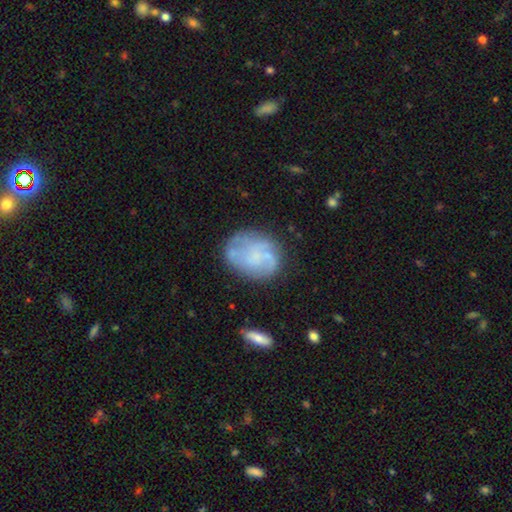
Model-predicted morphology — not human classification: Smooth or featured? featured or disk (57%)
Edge-on disk? no (98%)
Bar? no (75%)
Spiral arms? yes (62%)
Bulge size? none (56%)
Merging? none (60%)